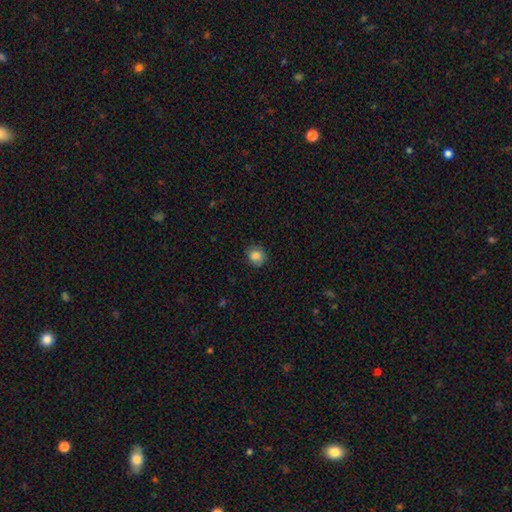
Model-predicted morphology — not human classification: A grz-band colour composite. It shows a smooth galaxy with no disk features (85%) that is round (78%). Merging: none (82%).